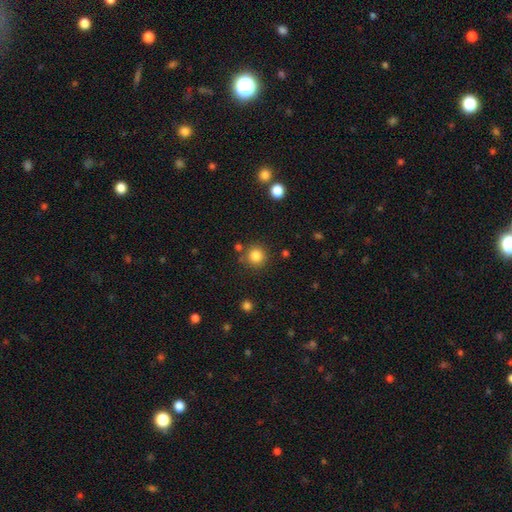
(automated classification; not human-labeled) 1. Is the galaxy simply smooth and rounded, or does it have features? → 83% smooth, 12% star or artifact, 5% featured or disk.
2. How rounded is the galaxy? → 94% round, 5% in between, 1% cigar-shaped.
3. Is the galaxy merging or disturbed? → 83% none, 8% minor disturbance, 5% merger, 3% major disturbance.